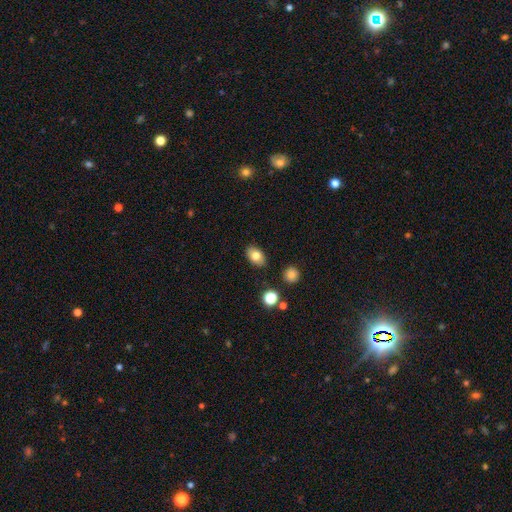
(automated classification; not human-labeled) Morphology: type=smooth (79%); roundness=in between (84%); merging=none (86%).